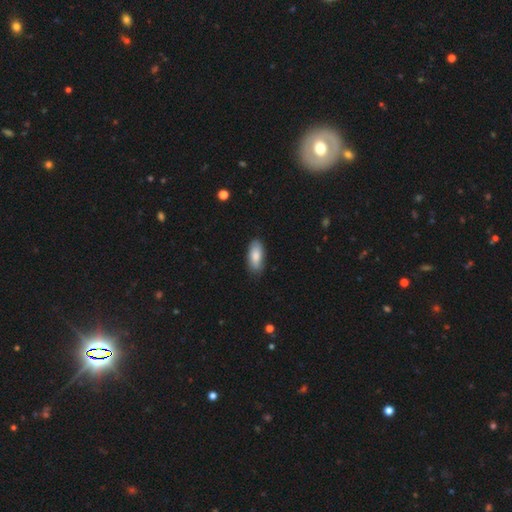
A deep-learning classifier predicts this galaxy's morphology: smooth-or-featured: smooth: 83% | featured or disk: 11% | star or artifact: 6%
  how-rounded: in between: 86% | cigar-shaped: 12% | round: 2%
  merging: none: 79% | minor disturbance: 17% | major disturbance: 3% | merger: 1%